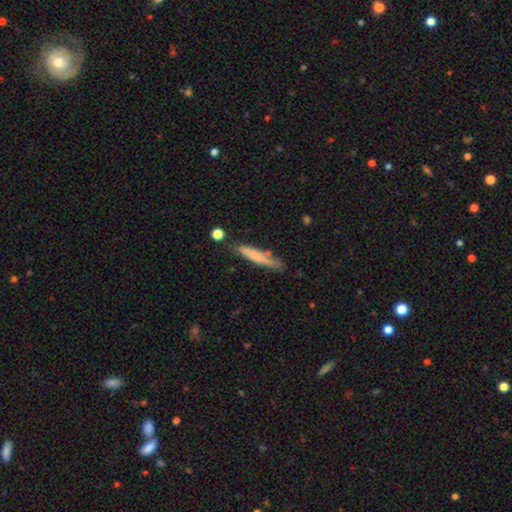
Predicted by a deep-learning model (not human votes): This is likely a smooth galaxy (67%). How rounded: clearly cigar-shaped (93%). Merging: likely none (74%).